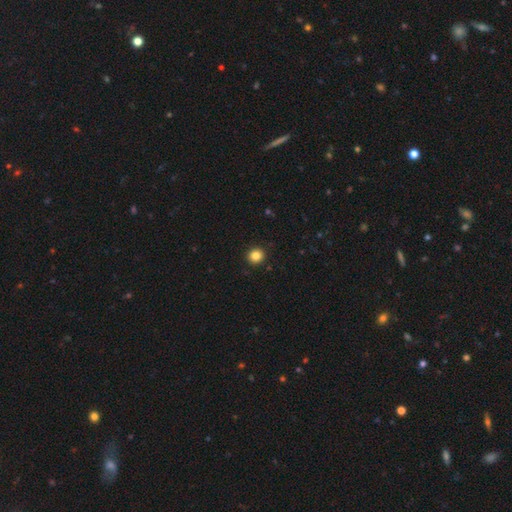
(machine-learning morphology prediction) A smooth galaxy with no disk features (85%) that is round (90%). Merging: none (93%).